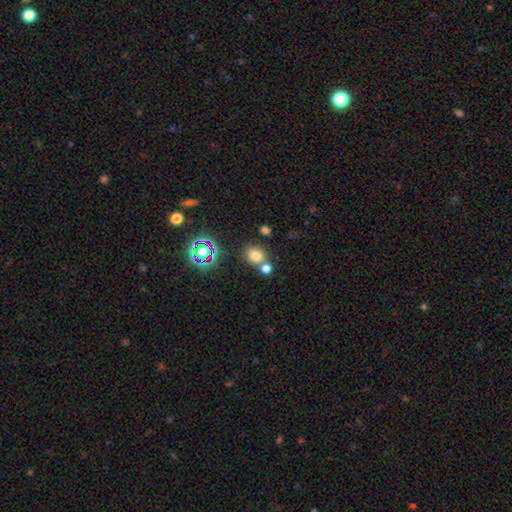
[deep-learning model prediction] Morphology: type=smooth (73%); roundness=round (60%); merging=none (62%).